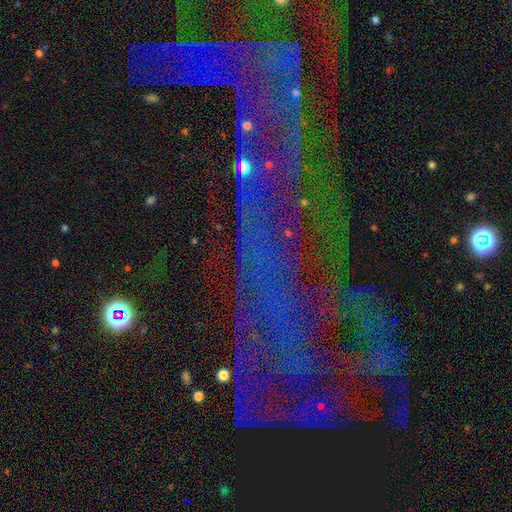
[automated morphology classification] A star or artifact, not a galaxy (70%).

Vote fractions:
- Smooth or featured? star or artifact: 70% / featured or disk: 19% / smooth: 11%